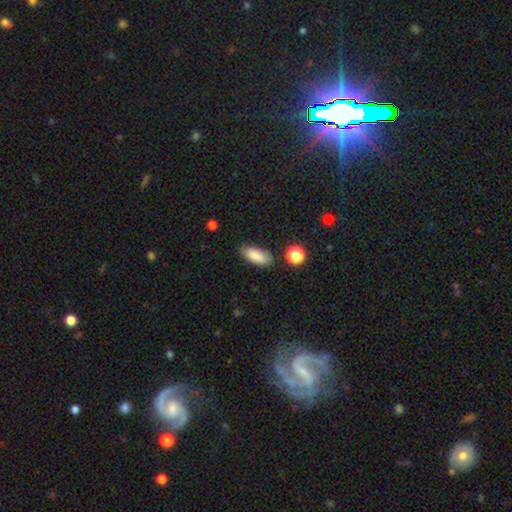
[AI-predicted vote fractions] Smooth or featured: smooth — 85% (star or artifact — 8%)
How rounded: in between — 80% (cigar-shaped — 17%)
Merging: none — 81% (minor disturbance — 13%)